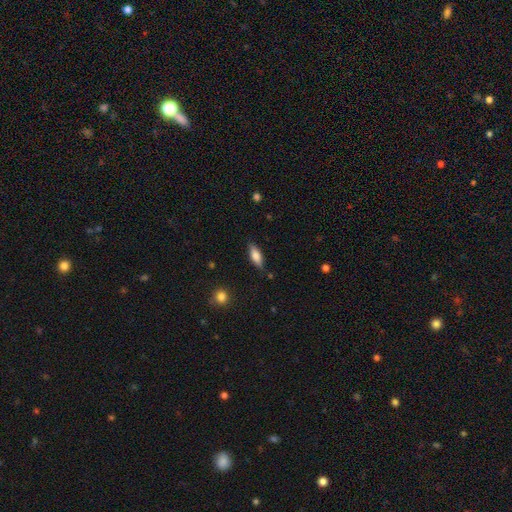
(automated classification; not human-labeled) smooth-or-featured: smooth: 74% | featured or disk: 19% | star or artifact: 7%
  how-rounded: in between: 70% | cigar-shaped: 28% | round: 2%
  merging: none: 84% | minor disturbance: 12% | major disturbance: 3% | merger: 2%